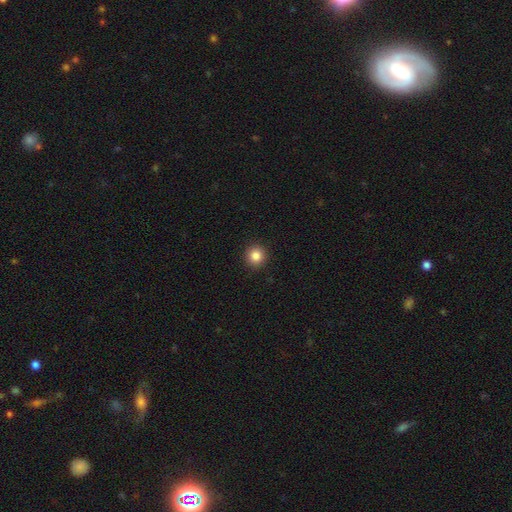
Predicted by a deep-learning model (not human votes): Smooth or featured? smooth (85%)
How rounded? round (92%)
Merging? none (93%)